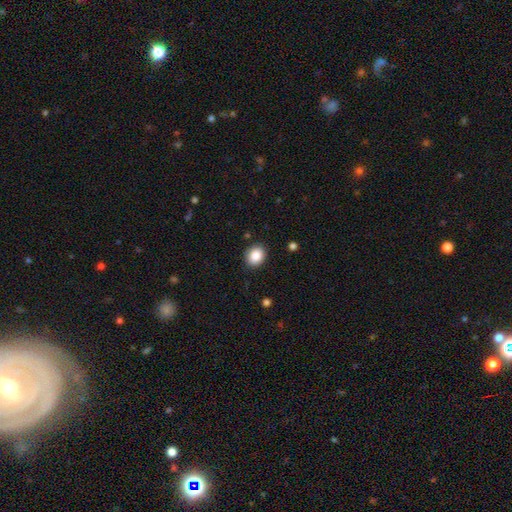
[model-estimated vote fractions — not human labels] smooth_or_featured: smooth (p=0.87) [alt: star or artifact p=0.09]
how_rounded: round (p=0.59) [alt: in between p=0.40]
merging: none (p=0.88) [alt: minor disturbance p=0.09]